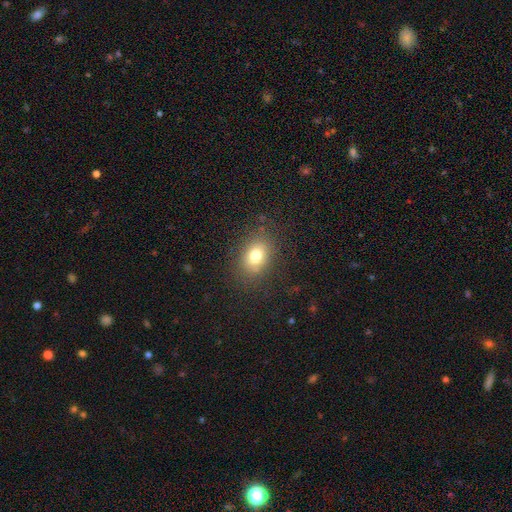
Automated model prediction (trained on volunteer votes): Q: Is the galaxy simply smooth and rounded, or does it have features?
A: smooth — 75%.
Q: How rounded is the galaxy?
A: in between — 65%.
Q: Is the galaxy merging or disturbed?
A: none — 82%.